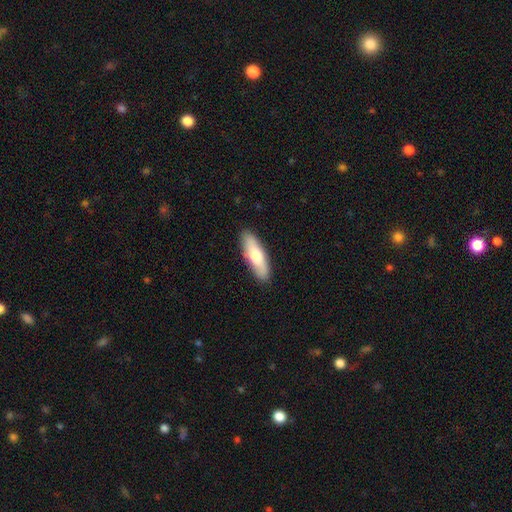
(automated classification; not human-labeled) Smooth or featured?
  - smooth: 70% *
  - featured or disk: 25%
  - star or artifact: 5%
How rounded?
  - cigar-shaped: 57% *
  - in between: 41%
  - round: 2%
Merging?
  - none: 88% *
  - minor disturbance: 9%
  - major disturbance: 2%
  - merger: 1%